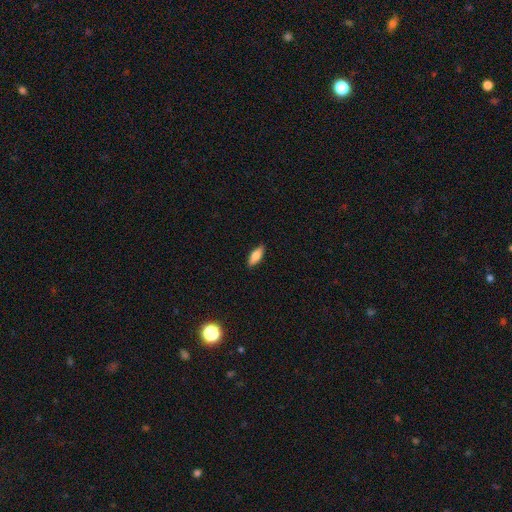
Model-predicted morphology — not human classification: A smooth galaxy with no disk features (77%) that is in between round and cigar-shaped (70%). Merging: none (89%).